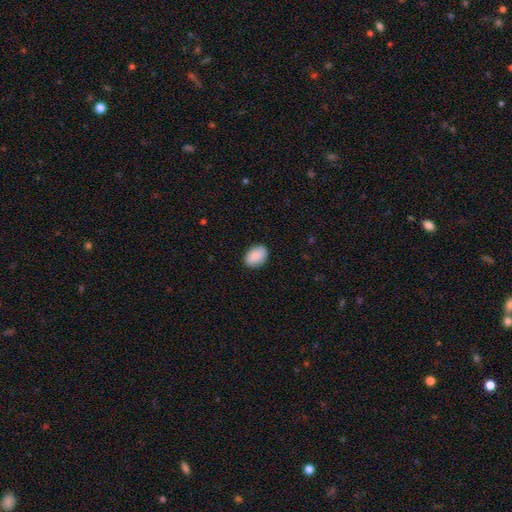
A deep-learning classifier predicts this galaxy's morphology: This is clearly a smooth galaxy (88%). How rounded: clearly in between (81%). Merging: clearly none (87%).